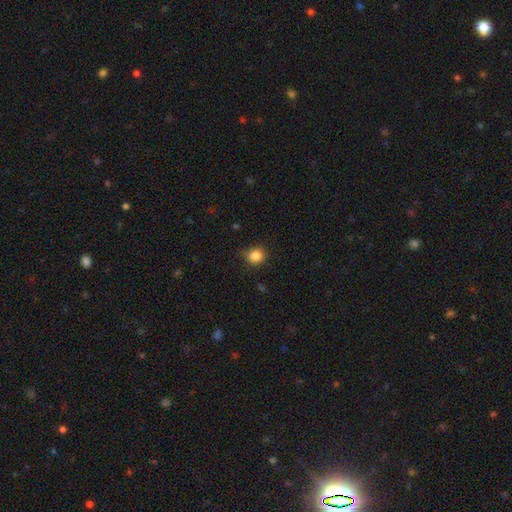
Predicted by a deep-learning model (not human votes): Overall: smooth (85%). How rounded: round (83%). Merging: none (80%).